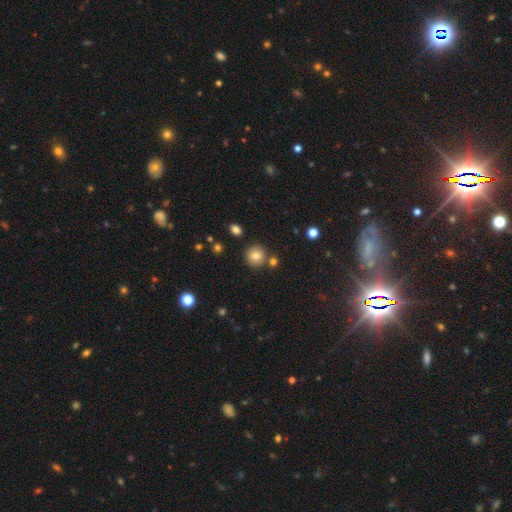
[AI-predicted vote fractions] This appears to be a smooth galaxy with no disk features (80%) that is round (91%). Merging: none (82%).